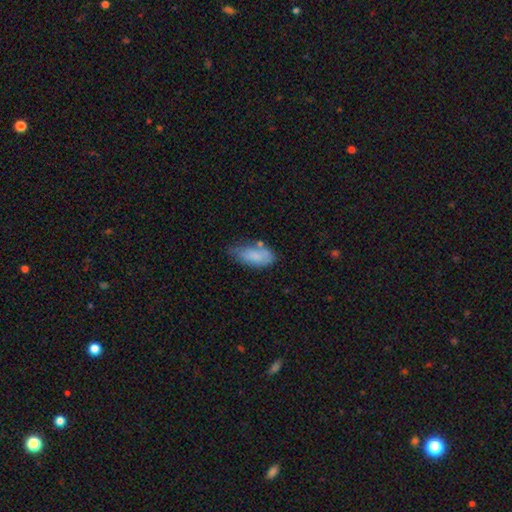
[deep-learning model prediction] Smooth or featured? smooth (79%)
How rounded? in between (89%)
Merging? none (46%)